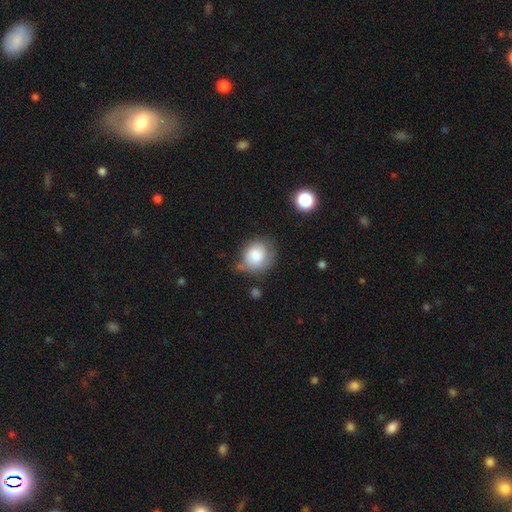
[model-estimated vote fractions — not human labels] This appears to be a smooth galaxy with no disk features (75%) that is round (66%). Merging: none (50%).